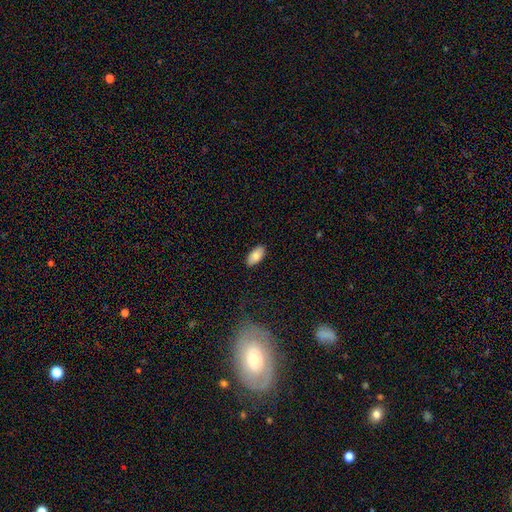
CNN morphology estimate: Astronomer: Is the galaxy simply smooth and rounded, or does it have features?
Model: smooth — 84%.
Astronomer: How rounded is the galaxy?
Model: in between — 94%.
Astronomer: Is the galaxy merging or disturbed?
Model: none — 88%.